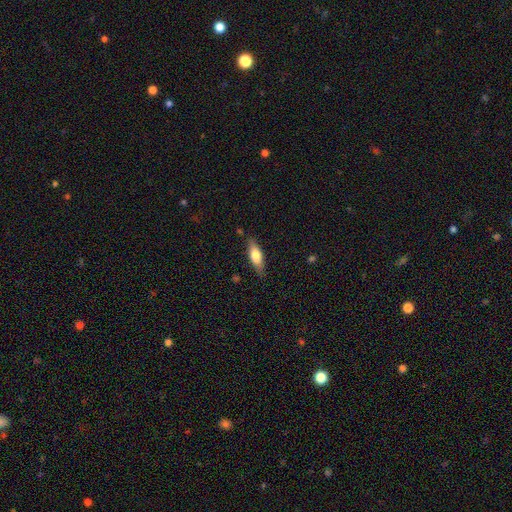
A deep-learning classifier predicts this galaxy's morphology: This appears to be a smooth galaxy with no disk features (67%) that is in between round and cigar-shaped (62%). Merging: none (82%).